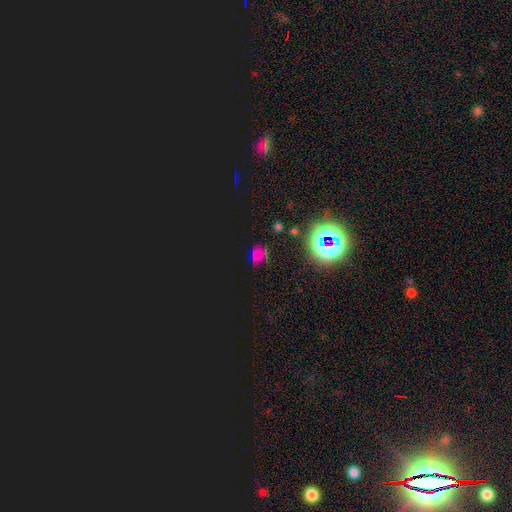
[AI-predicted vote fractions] Overall: star or artifact (58%; smooth 34%).